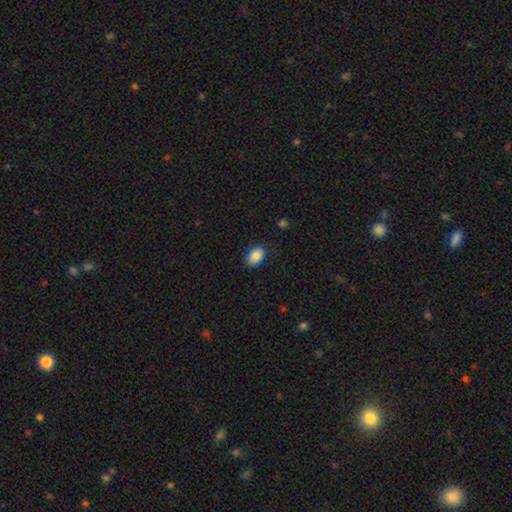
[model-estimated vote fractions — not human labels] A smooth galaxy with no disk features (88%) that is in between round and cigar-shaped (86%). Merging: none (82%).